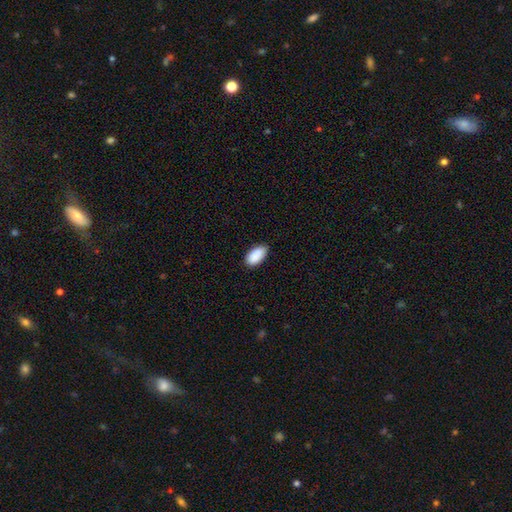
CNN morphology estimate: Smooth or featured? Predicted: smooth (p=0.91). How rounded? Predicted: in between (p=0.95). Merging? Predicted: none (p=0.83).